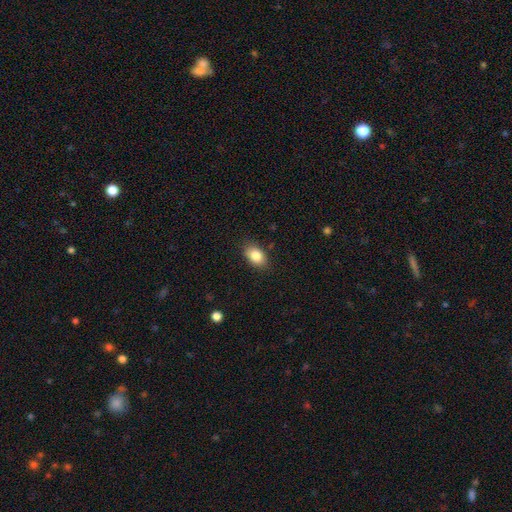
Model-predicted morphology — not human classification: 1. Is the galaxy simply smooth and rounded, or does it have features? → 84% smooth, 8% star or artifact, 8% featured or disk.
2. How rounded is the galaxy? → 86% in between, 12% round, 1% cigar-shaped.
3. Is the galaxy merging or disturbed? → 85% none, 12% minor disturbance, 3% major disturbance, 1% merger.